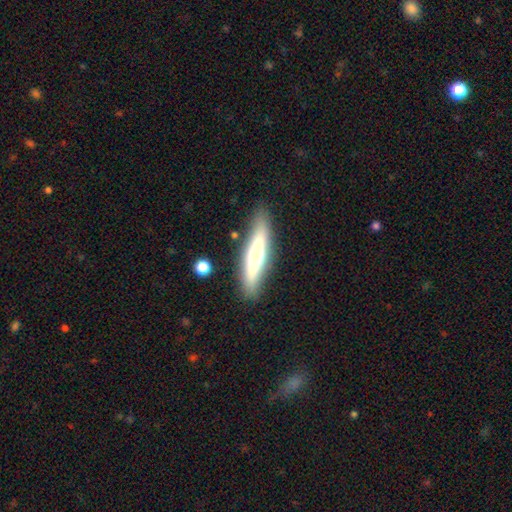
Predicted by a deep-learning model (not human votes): A smooth galaxy with no disk features (48%).

Vote fractions:
- Smooth or featured? smooth: 48% / featured or disk: 45% / star or artifact: 7%
- Merging? none: 85% / minor disturbance: 10% / major disturbance: 3% / merger: 2%